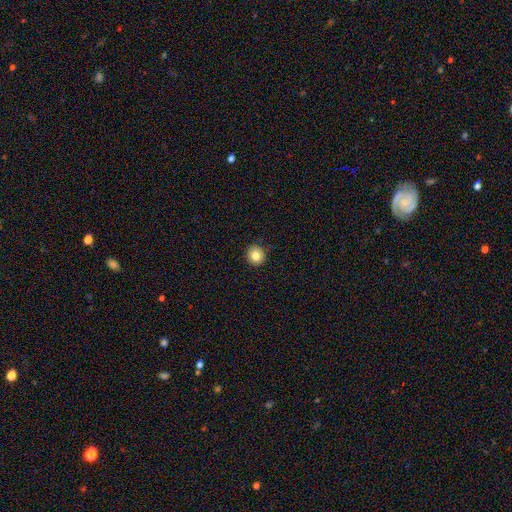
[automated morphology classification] Smooth or featured? Predicted: smooth (p=0.82). How rounded? Predicted: round (p=0.93). Merging? Predicted: none (p=0.89).